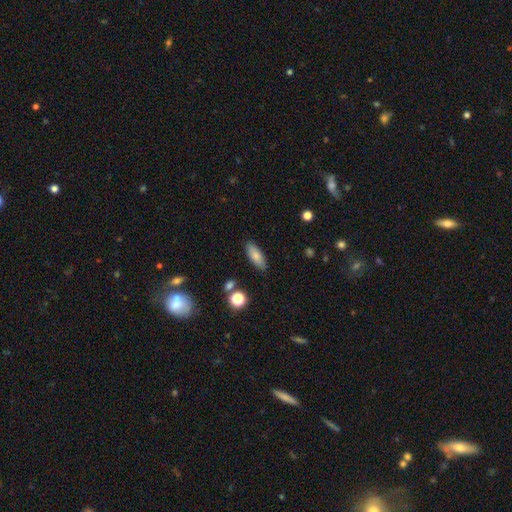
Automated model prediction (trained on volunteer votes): This appears to be a smooth galaxy with no disk features (81%) that is in between round and cigar-shaped (73%). Merging: none (87%).